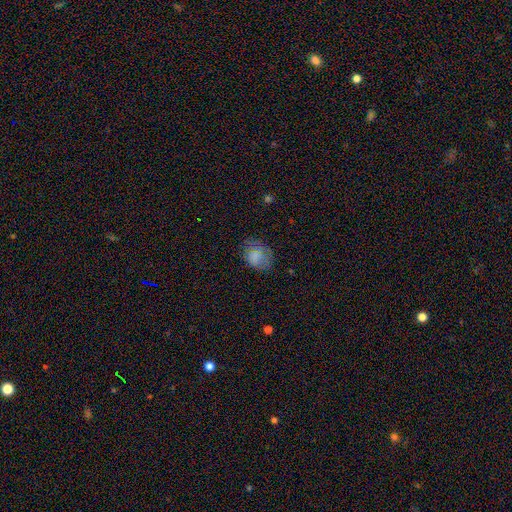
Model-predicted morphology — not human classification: smooth_or_featured: smooth (p=0.74) [alt: star or artifact p=0.14]
how_rounded: in between (p=0.58) [alt: round p=0.41]
merging: none (p=0.67) [alt: minor disturbance p=0.23]